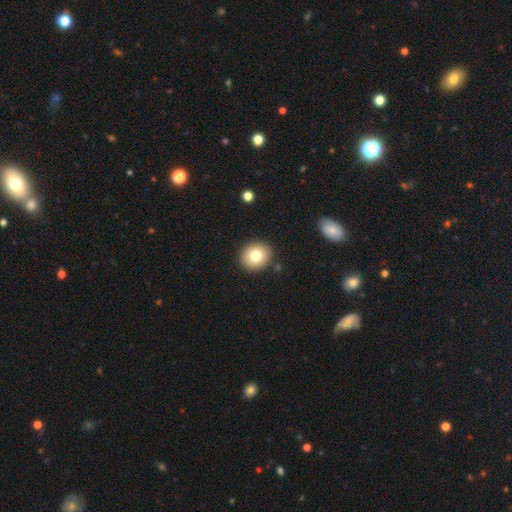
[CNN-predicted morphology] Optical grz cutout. It shows a smooth galaxy with no disk features (78%) that is round (78%). Merging: none (89%).